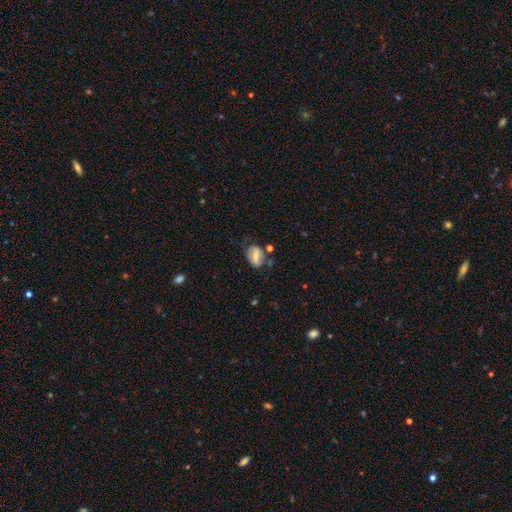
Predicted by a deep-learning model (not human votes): A smooth galaxy with no disk features (53%) that is in between round and cigar-shaped (75%).

Vote fractions:
- Smooth or featured? smooth: 53% / featured or disk: 38% / star or artifact: 9%
- How rounded? in between: 75% / round: 22% / cigar-shaped: 3%
- Merging? none: 57% / minor disturbance: 25% / major disturbance: 11% / merger: 7%